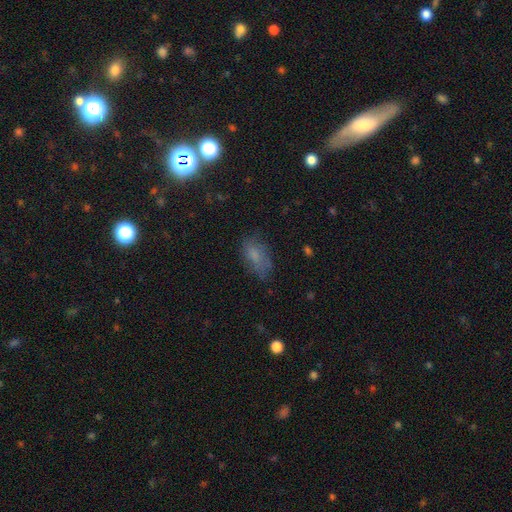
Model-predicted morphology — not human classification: The model was most divided on "merging": none: 61%, minor disturbance: 25%, major disturbance: 12%, merger: 2%. More confident: how rounded — in between (89%); smooth or featured — smooth (65%).